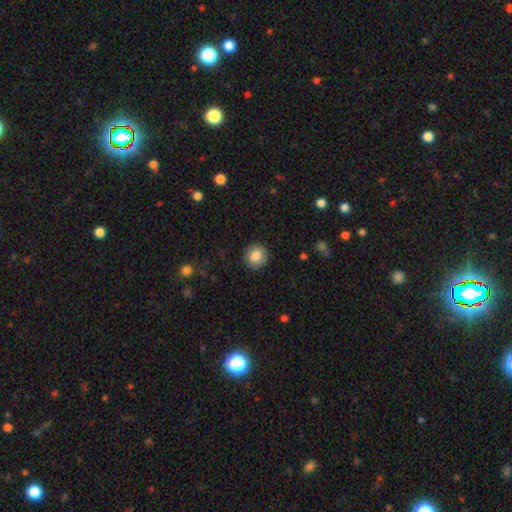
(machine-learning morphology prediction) Smooth or featured? smooth (84%)
How rounded? round (92%)
Merging? none (91%)